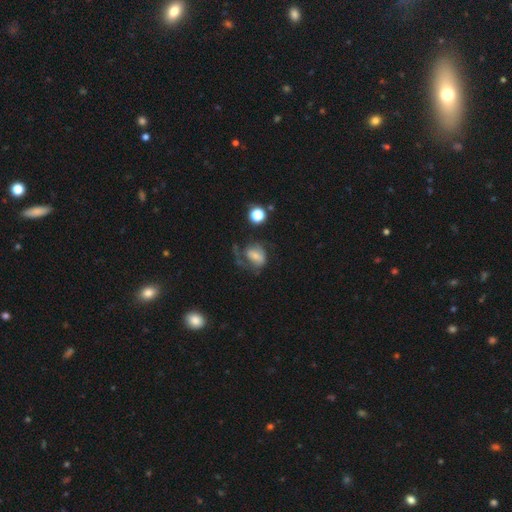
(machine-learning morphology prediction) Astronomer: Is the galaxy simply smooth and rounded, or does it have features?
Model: smooth — 49% (runner-up: featured or disk, 40%).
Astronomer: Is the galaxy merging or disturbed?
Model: major disturbance — 40% (runner-up: none, 31%).